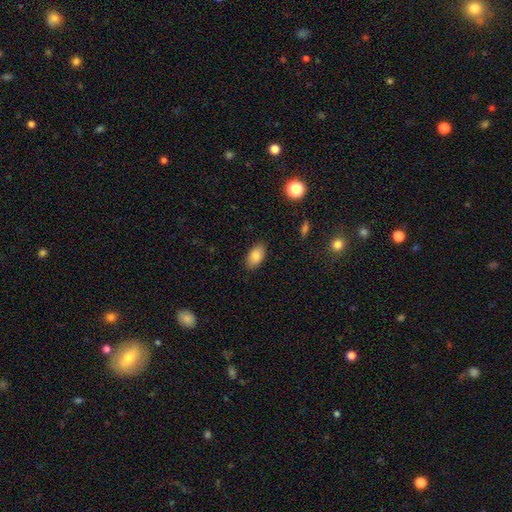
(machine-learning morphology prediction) type=smooth (84%); roundness=in between (93%); merging=none (86%).